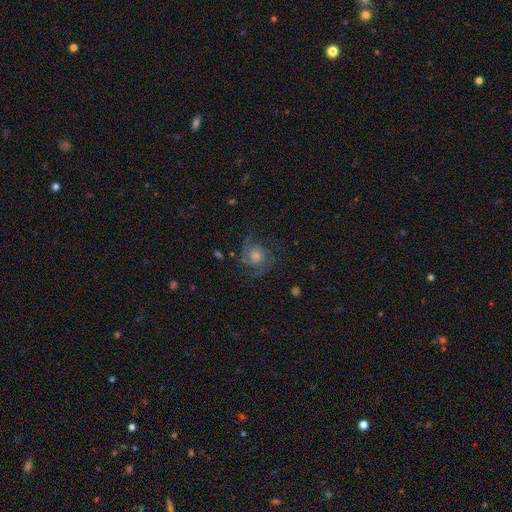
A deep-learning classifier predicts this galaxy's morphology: A featured or disk galaxy (76%) with no bar (75%), 2 (53%) medium (46%) spiral arms (95%) and a moderate central bulge (53%). Merging: none (71%).